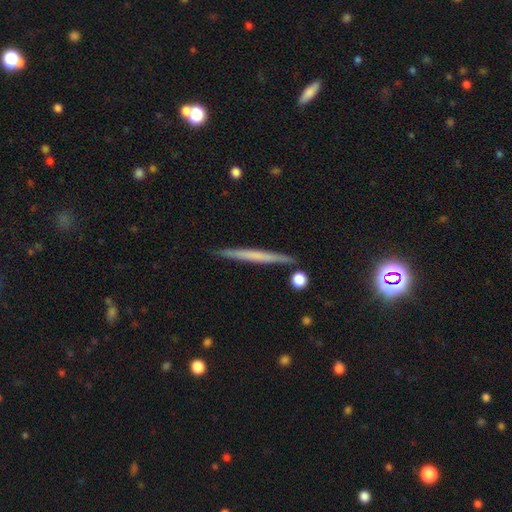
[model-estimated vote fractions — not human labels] Smooth or featured? featured or disk (48%)
Merging? none (90%)